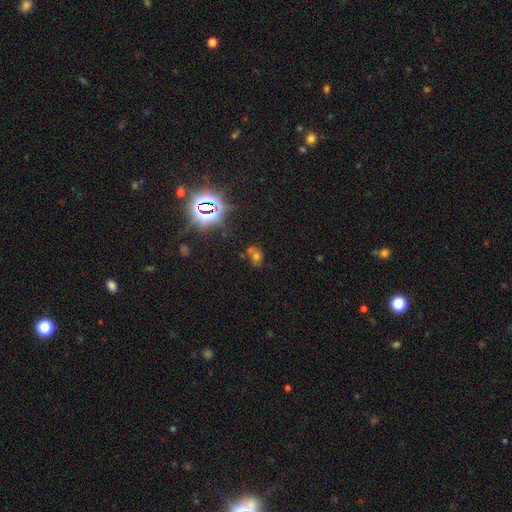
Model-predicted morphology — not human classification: type=star or artifact (51%).